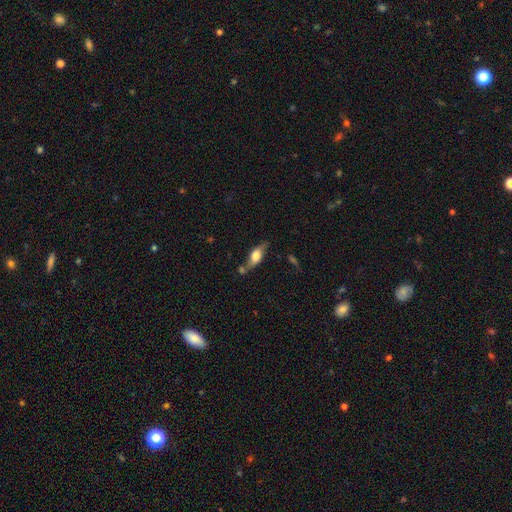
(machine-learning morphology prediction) A featured or disk galaxy (46%, tied with smooth). Merging: none (58%).